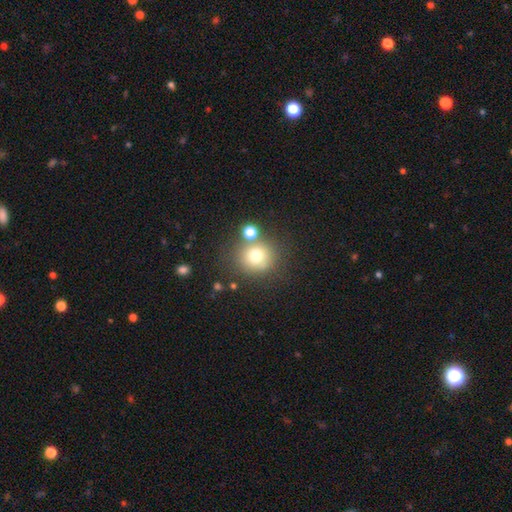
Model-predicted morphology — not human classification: This is likely a smooth galaxy (73%). How rounded: clearly round (87%). Merging: likely none (68%).